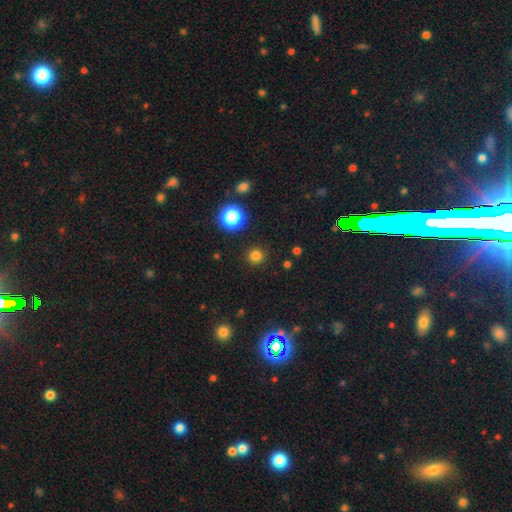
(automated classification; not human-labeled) The model was most divided on "smooth or featured": smooth: 78%, star or artifact: 17%, featured or disk: 4%. More confident: how rounded — round (94%); merging — none (91%).